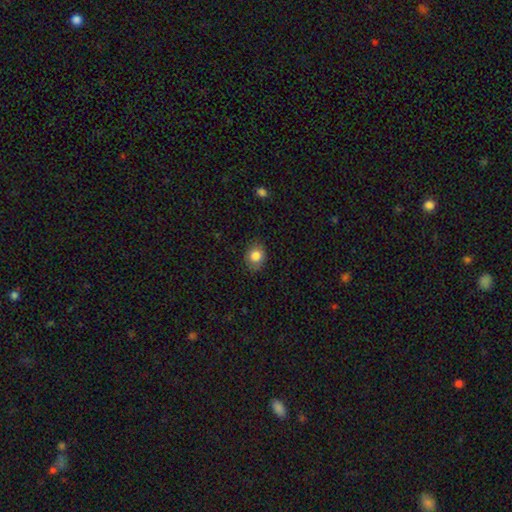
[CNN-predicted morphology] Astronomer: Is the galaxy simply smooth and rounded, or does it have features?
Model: smooth — 83%.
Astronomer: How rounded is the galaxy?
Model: round — 59% (runner-up: in between, 40%).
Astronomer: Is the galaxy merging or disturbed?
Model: none — 80%.